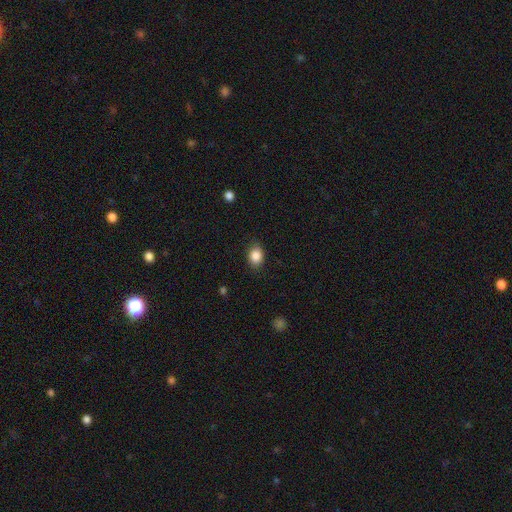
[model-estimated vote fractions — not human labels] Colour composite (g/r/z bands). It shows a smooth galaxy with no disk features (86%) that is in between round and cigar-shaped (60%). Merging: none (84%).